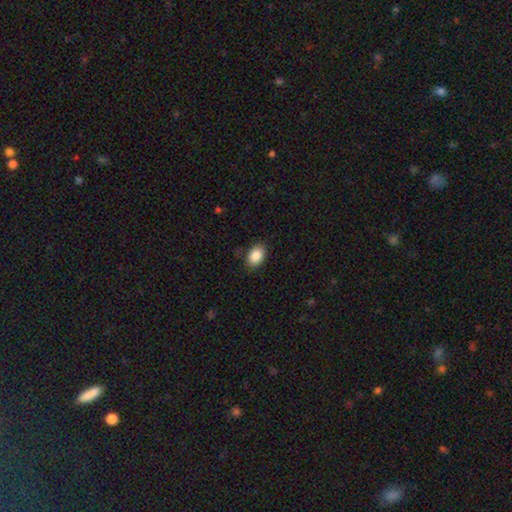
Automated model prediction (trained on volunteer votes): smooth-or-featured: smooth: 87% | star or artifact: 8% | featured or disk: 5%
  how-rounded: in between: 85% | round: 14% | cigar-shaped: 1%
  merging: none: 86% | minor disturbance: 11% | major disturbance: 2% | merger: 1%